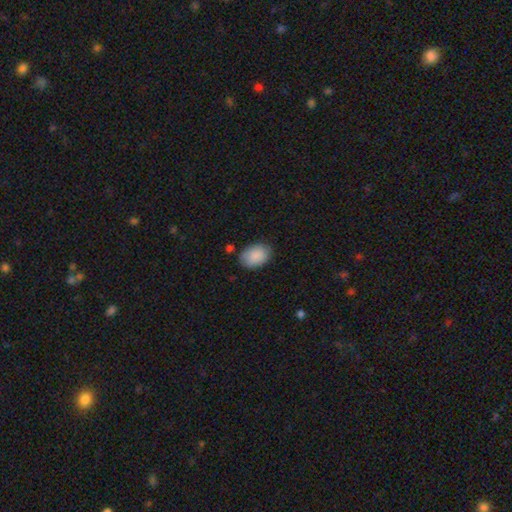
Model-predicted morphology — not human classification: type=smooth (88%); roundness=in between (82%); merging=none (78%).